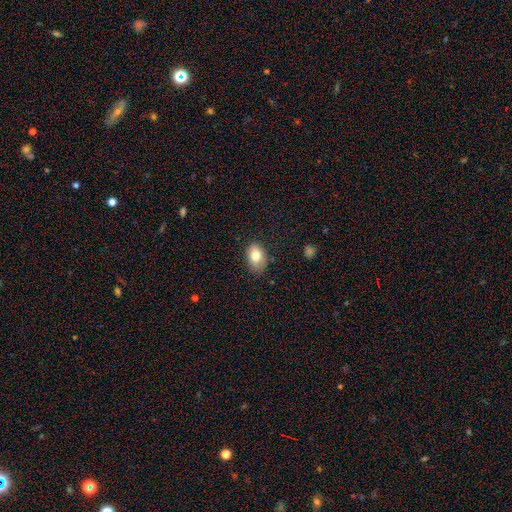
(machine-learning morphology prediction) Smooth or featured? smooth (79%)
How rounded? in between (85%)
Merging? none (76%)